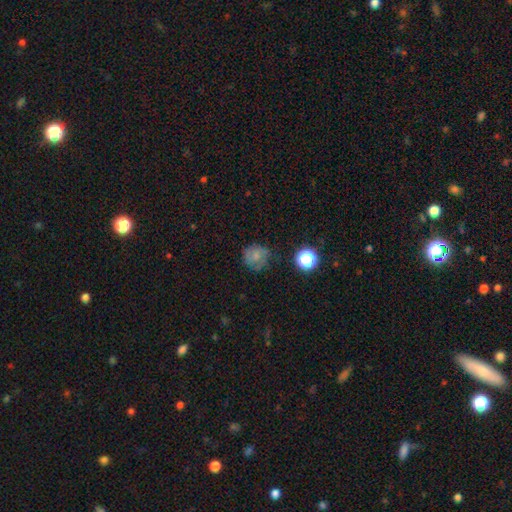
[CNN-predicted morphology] smooth_or_featured: smooth (p=0.61) [alt: featured or disk p=0.25]
how_rounded: round (p=0.82) [alt: in between p=0.17]
merging: none (p=0.63) [alt: minor disturbance p=0.24]